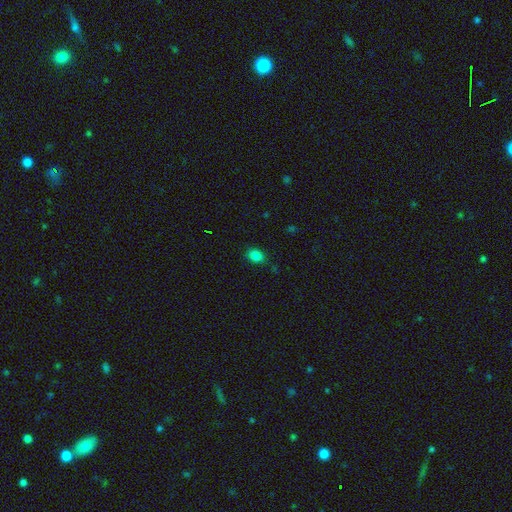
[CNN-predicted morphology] A smooth galaxy with no disk features (83%) that is in between round and cigar-shaped (63%). Merging: none (85%).